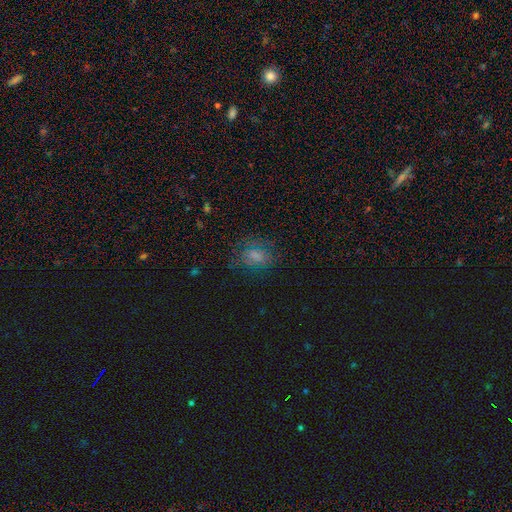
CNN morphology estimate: smooth-or-featured: smooth: 61% | featured or disk: 21% | star or artifact: 18%
  how-rounded: in between: 58% | round: 40% | cigar-shaped: 2%
  merging: none: 67% | minor disturbance: 19% | major disturbance: 12% | merger: 2%